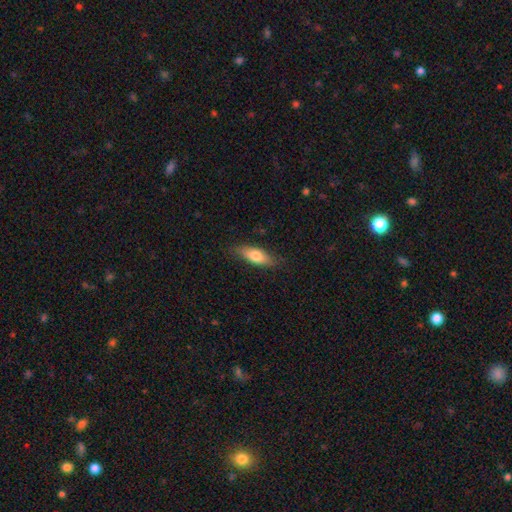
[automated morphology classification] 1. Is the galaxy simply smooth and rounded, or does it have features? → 73% smooth, 21% featured or disk, 6% star or artifact.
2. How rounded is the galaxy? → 65% in between, 32% cigar-shaped, 3% round.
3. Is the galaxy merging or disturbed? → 81% none, 15% minor disturbance, 3% major disturbance, 1% merger.